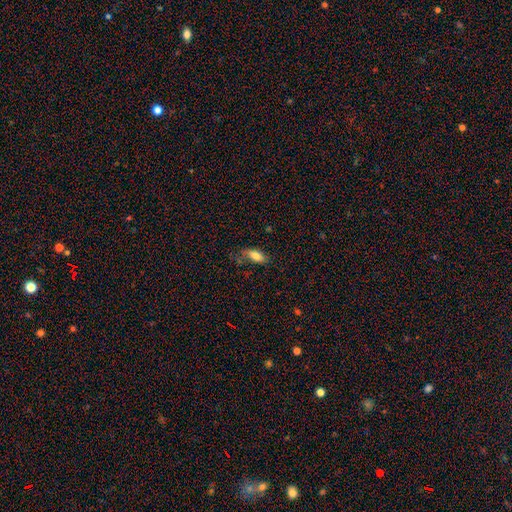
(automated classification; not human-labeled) Smooth or featured? smooth (80%)
How rounded? in between (86%)
Merging? none (55%)